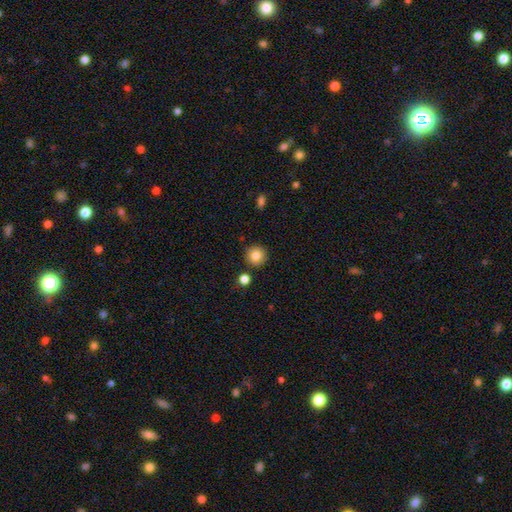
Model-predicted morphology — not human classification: Smooth or featured: smooth — 83% (star or artifact — 10%)
How rounded: round — 94% (in between — 5%)
Merging: none — 87% (minor disturbance — 7%)